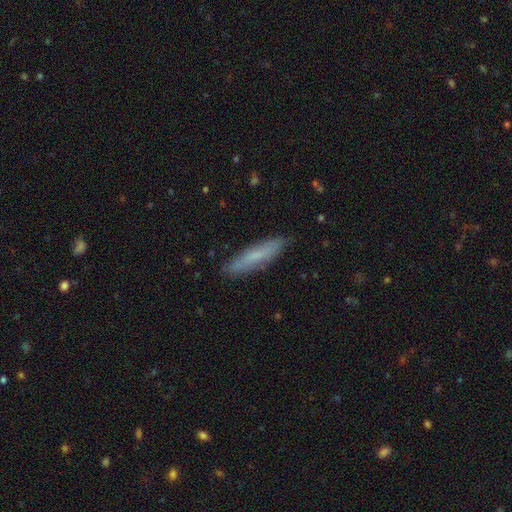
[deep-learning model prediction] Morphology: type=smooth (67%); roundness=cigar-shaped (84%); merging=none (86%).